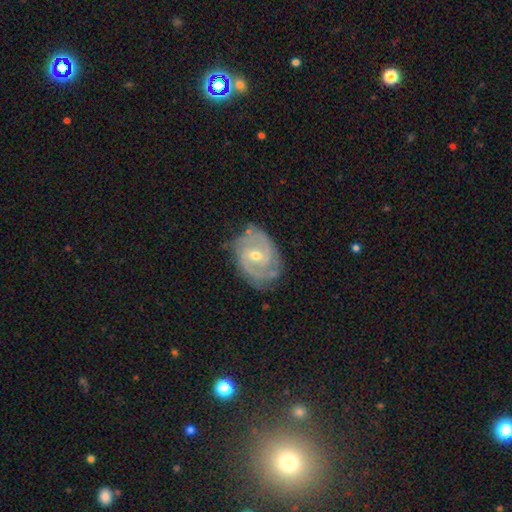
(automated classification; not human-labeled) smooth_or_featured: featured or disk (p=0.87) [alt: smooth p=0.08]
disk_edge_on: no (p=0.97) [alt: yes p=0.03]
bar: weak (p=0.48) [alt: no p=0.41]
has_spiral_arms: yes (p=0.96) [alt: no p=0.04]
spiral_winding: tight (p=0.55) [alt: medium p=0.37]
spiral_arm_count: 2 (p=0.64) [alt: 3 p=0.15]
bulge_size: moderate (p=0.53) [alt: small p=0.44]
merging: none (p=0.72) [alt: minor disturbance p=0.21]